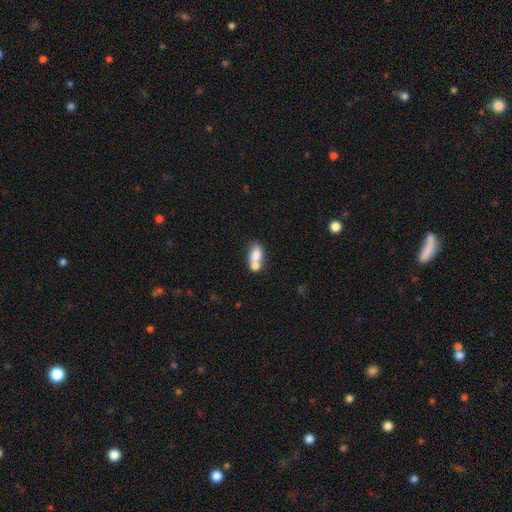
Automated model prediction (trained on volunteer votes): Q: Smooth or featured?
A: smooth (76%); runner-up: featured or disk (16%)
Q: How rounded?
A: in between (83%); runner-up: round (11%)
Q: Merging?
A: merger (57%); runner-up: none (28%)